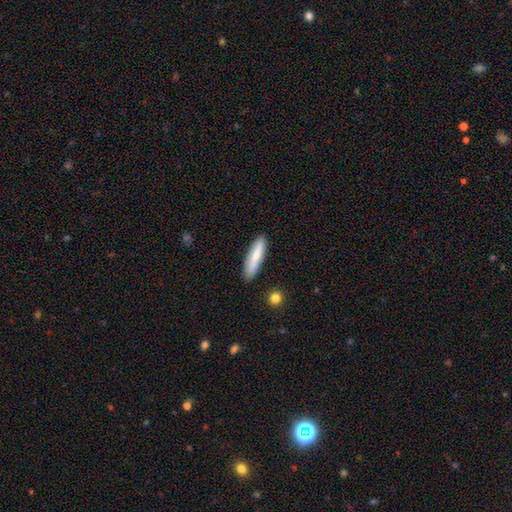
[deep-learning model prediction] This is likely a smooth galaxy (75%). How rounded: likely cigar-shaped (77%). Merging: clearly none (86%).